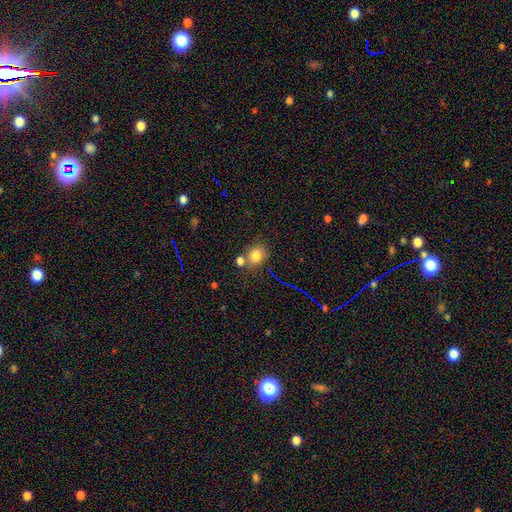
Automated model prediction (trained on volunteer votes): Smooth or featured? Predicted: smooth (p=0.80). How rounded? Predicted: round (p=0.59). Merging? Predicted: none (p=0.61).